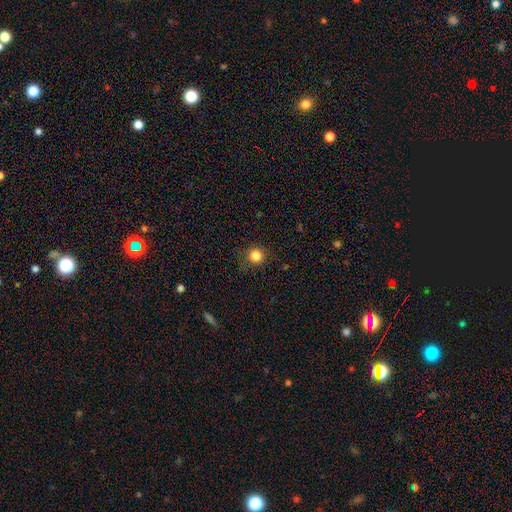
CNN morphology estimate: Smooth or featured: smooth — 84% (star or artifact — 12%)
How rounded: round — 92% (in between — 7%)
Merging: none — 85% (minor disturbance — 10%)